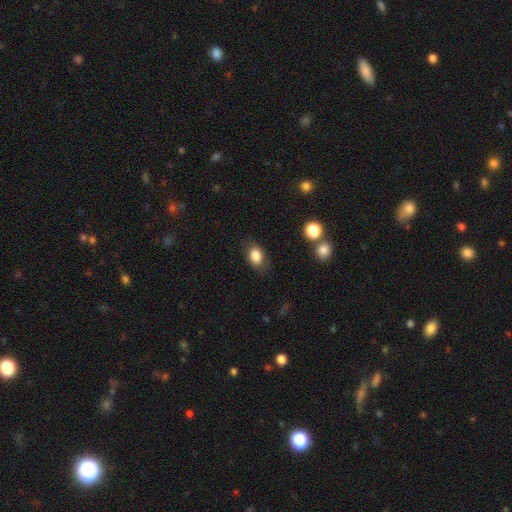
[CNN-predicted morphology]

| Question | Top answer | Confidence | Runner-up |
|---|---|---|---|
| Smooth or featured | smooth | 85% | star or artifact (8%) |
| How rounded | in between | 80% | round (18%) |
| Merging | none | 77% | minor disturbance (16%) |